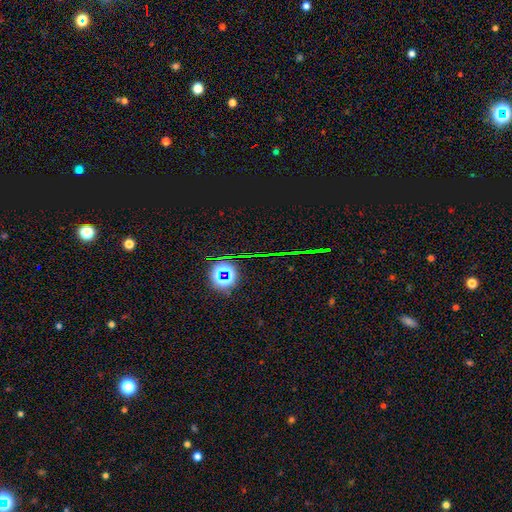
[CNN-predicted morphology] A star or artifact, not a galaxy (83%).

Vote fractions:
- Smooth or featured? star or artifact: 83% / smooth: 9% / featured or disk: 7%